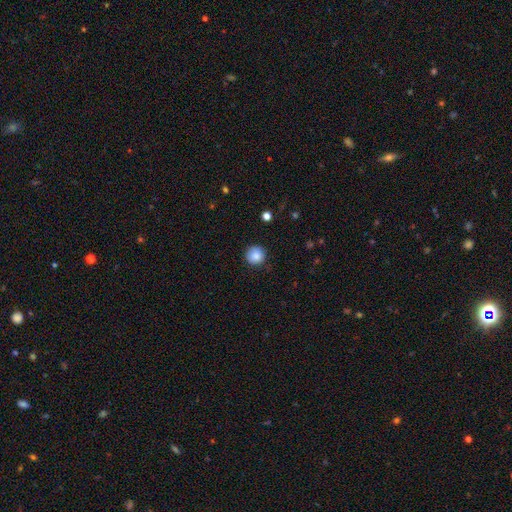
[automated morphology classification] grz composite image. It shows a smooth galaxy with no disk features (86%) that is round (95%). Merging: none (89%).